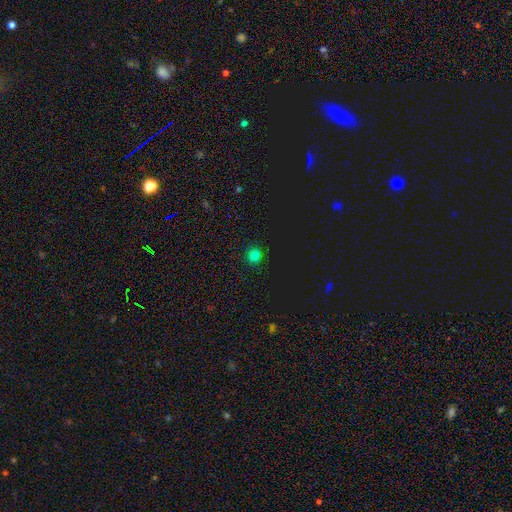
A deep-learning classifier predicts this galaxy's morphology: Smooth or featured?
  - smooth: 74% *
  - star or artifact: 22%
  - featured or disk: 4%
How rounded?
  - round: 85% *
  - in between: 13%
  - cigar-shaped: 1%
Merging?
  - none: 89% *
  - minor disturbance: 8%
  - major disturbance: 2%
  - merger: 1%